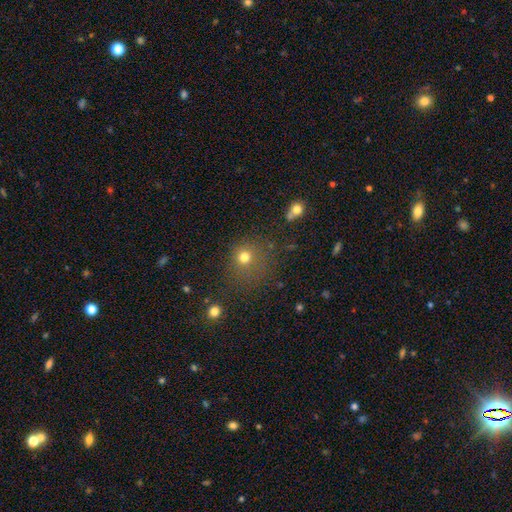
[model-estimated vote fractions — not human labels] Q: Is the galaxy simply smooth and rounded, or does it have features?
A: smooth — 59%.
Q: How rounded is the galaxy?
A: round — 87%.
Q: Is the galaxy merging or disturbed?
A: none — 78%.